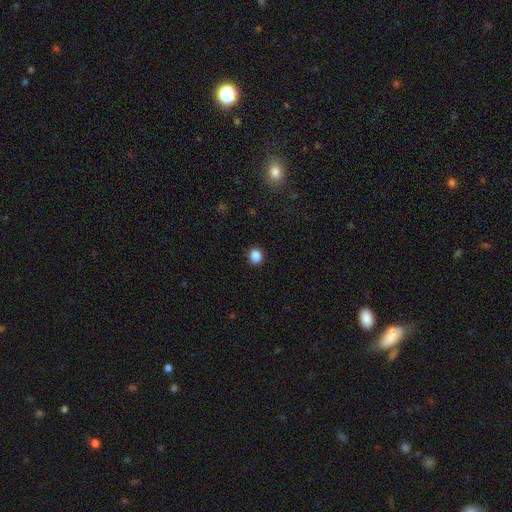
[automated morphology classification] smooth-or-featured: smooth: 86% | star or artifact: 11% | featured or disk: 3%
  how-rounded: round: 66% | in between: 33% | cigar-shaped: 1%
  merging: none: 90% | minor disturbance: 7% | major disturbance: 2% | merger: 1%